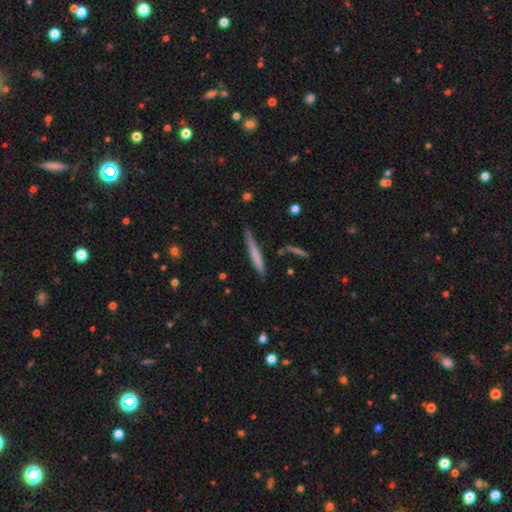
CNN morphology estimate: Smooth or featured: smooth — 61% (featured or disk — 34%)
How rounded: cigar-shaped — 96% (in between — 3%)
Merging: none — 78% (minor disturbance — 16%)